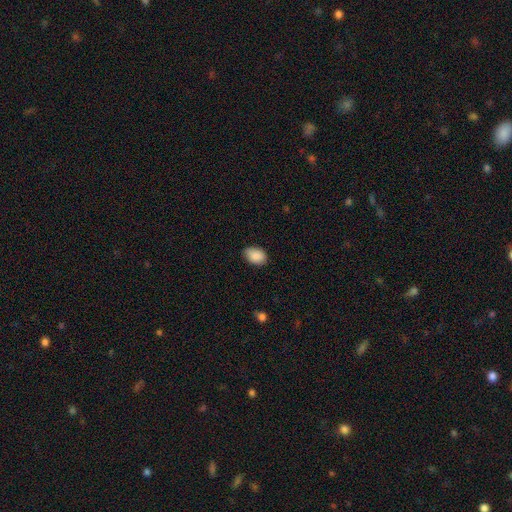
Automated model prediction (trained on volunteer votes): Smooth or featured? Predicted: smooth (p=0.89). How rounded? Predicted: in between (p=0.83). Merging? Predicted: none (p=0.78).